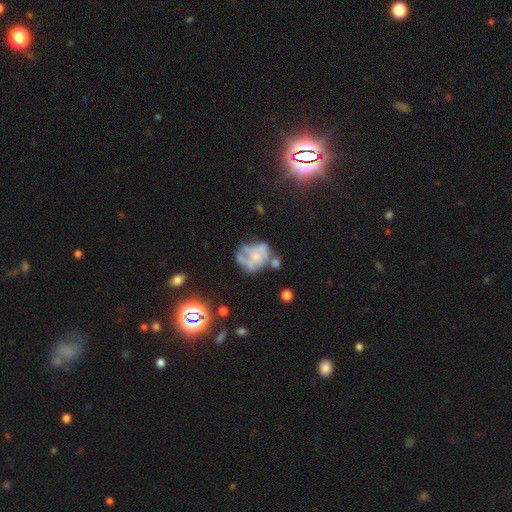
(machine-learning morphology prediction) A featured or disk galaxy (63%) with no bar (80%), no spiral arms (51%) and no central bulge (48%). Merging: none (37%).